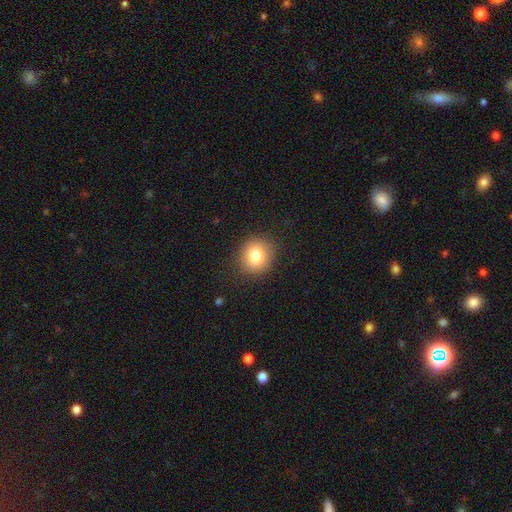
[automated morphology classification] Smooth or featured? smooth (80%)
How rounded? round (84%)
Merging? none (88%)